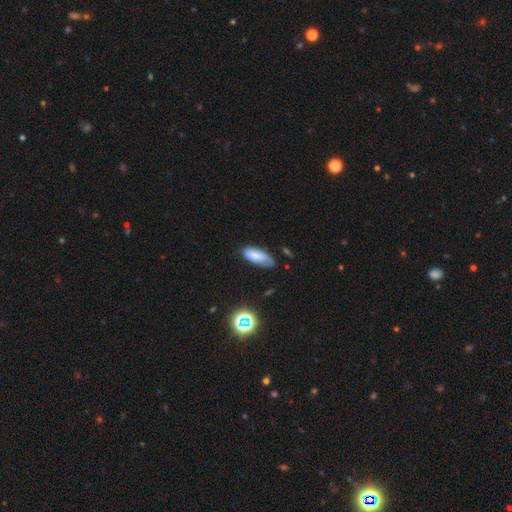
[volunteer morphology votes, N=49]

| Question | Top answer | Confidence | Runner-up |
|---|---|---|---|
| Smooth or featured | smooth | 92% | featured or disk (4%) |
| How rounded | in between | 91% | cigar-shaped (7%) |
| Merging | none | 79% | minor disturbance (15%) |